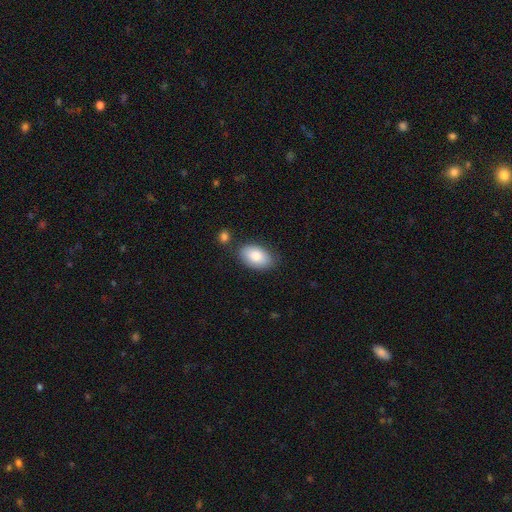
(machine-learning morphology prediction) Smooth or featured: smooth — 82% (featured or disk — 12%)
How rounded: in between — 93% (round — 5%)
Merging: none — 77% (minor disturbance — 14%)